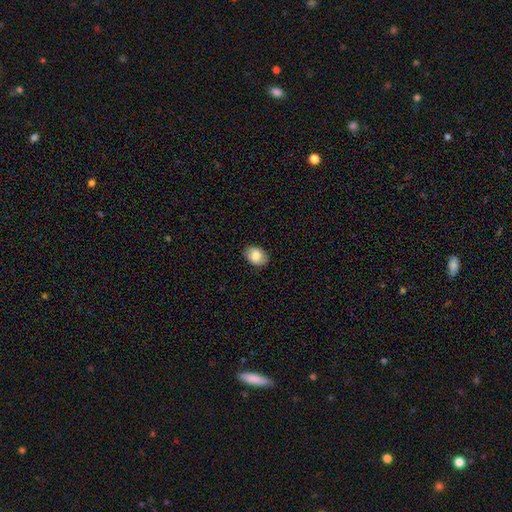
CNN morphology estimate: A smooth galaxy with no disk features (81%) that is in between round and cigar-shaped (79%). Merging: none (87%).